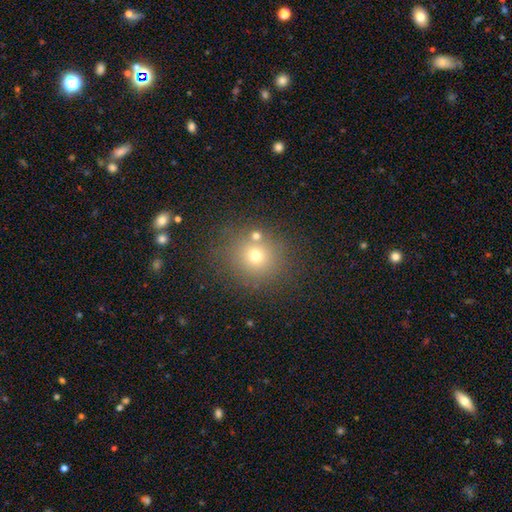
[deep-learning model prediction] This is likely a smooth galaxy (67%). How rounded: clearly round (87%). Merging: likely none (76%).